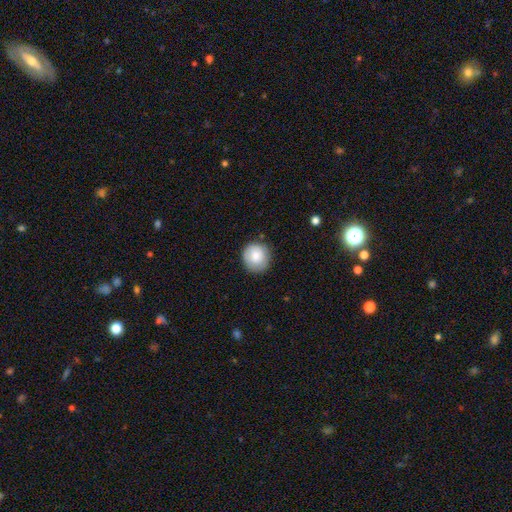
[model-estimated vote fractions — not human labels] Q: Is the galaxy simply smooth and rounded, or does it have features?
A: smooth — 79%.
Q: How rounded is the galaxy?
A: round — 92%.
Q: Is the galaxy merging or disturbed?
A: none — 84%.